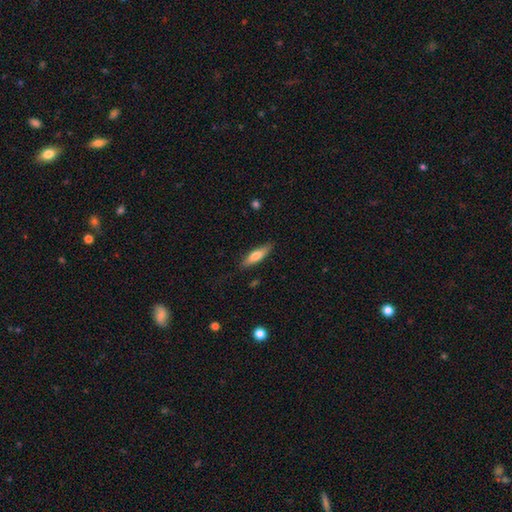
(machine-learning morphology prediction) smooth 67%, featured or disk 26%, star or artifact 6%. Down the decision tree: how rounded — cigar-shaped (62%); merging — none (82%).